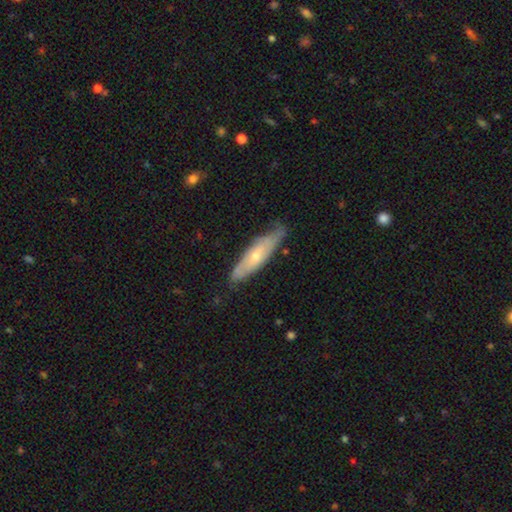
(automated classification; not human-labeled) The model was most divided on "edge-on disk": no: 54%, yes: 46%. More confident: merging — none (71%); smooth or featured — featured or disk (56%).